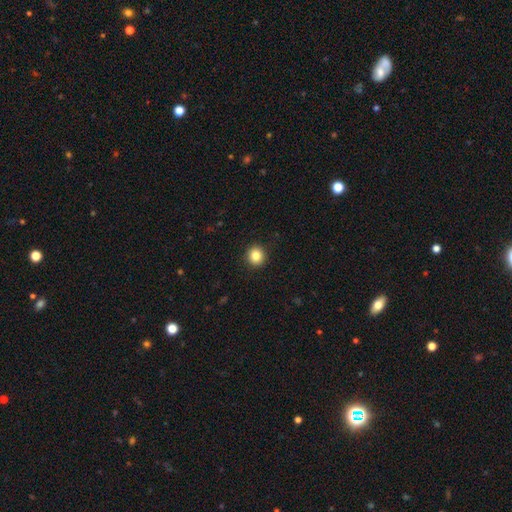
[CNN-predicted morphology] Smooth or featured? smooth (86%)
How rounded? round (89%)
Merging? none (92%)